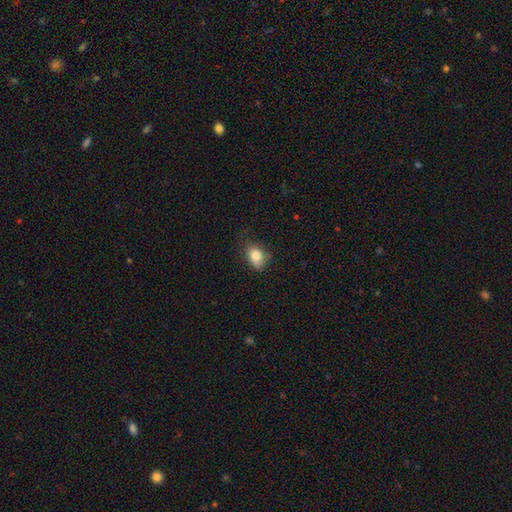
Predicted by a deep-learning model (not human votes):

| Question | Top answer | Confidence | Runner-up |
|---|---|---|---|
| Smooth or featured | smooth | 81% | featured or disk (10%) |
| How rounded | in between | 69% | round (29%) |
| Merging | none | 60% | minor disturbance (30%) |